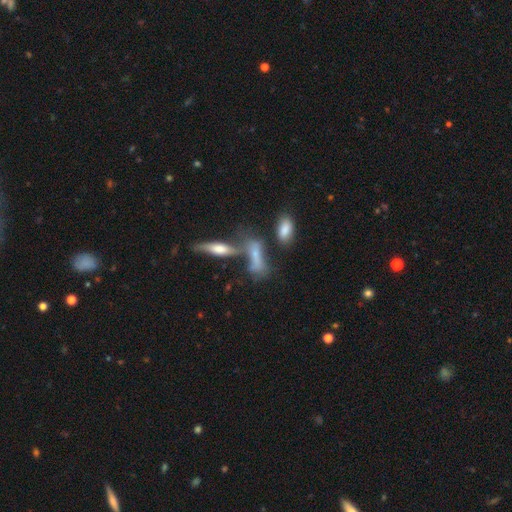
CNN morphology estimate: Smooth or featured?
  - smooth: 54% *
  - featured or disk: 33%
  - star or artifact: 13%
How rounded?
  - in between: 50% *
  - cigar-shaped: 45%
  - round: 5%
Merging?
  - none: 39% *
  - merger: 36%
  - minor disturbance: 15%
  - major disturbance: 9%